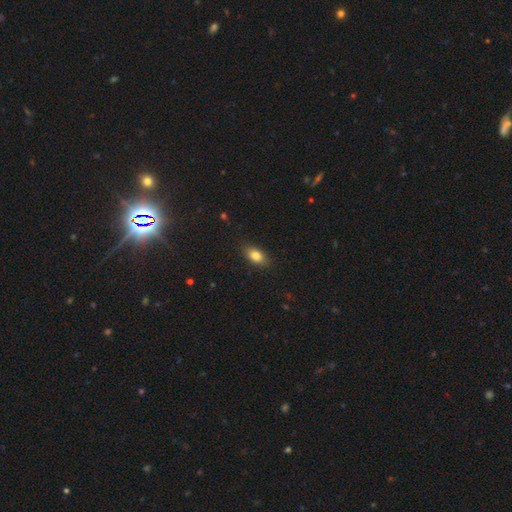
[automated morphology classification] Q: Smooth or featured?
A: smooth (83%); runner-up: star or artifact (9%)
Q: How rounded?
A: in between (86%); runner-up: round (10%)
Q: Merging?
A: none (86%); runner-up: minor disturbance (11%)